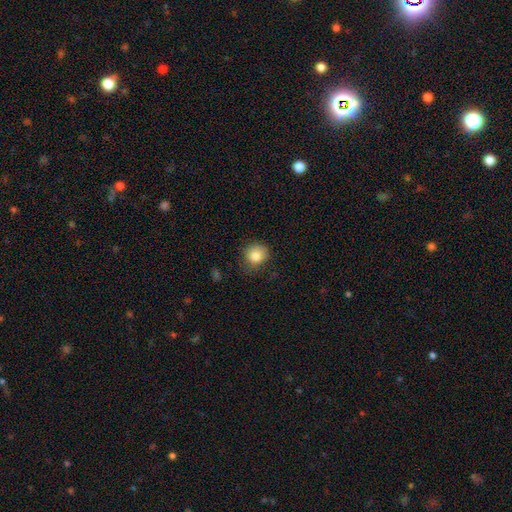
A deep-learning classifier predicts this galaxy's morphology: Smooth or featured: smooth — 83% (star or artifact — 10%)
How rounded: round — 83% (in between — 16%)
Merging: none — 71% (minor disturbance — 22%)